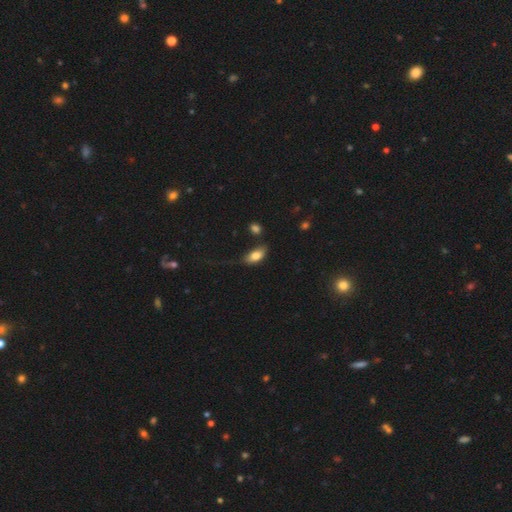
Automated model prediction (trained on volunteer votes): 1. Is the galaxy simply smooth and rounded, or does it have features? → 81% smooth, 12% featured or disk, 7% star or artifact.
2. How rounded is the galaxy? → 89% in between, 7% cigar-shaped, 4% round.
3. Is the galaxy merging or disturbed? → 51% none, 30% minor disturbance, 13% major disturbance, 6% merger.